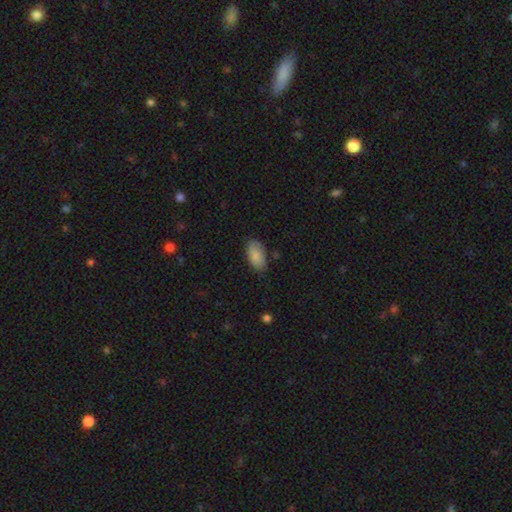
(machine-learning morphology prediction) Smooth or featured: smooth — 85% (featured or disk — 8%)
How rounded: in between — 94% (round — 3%)
Merging: none — 75% (minor disturbance — 19%)